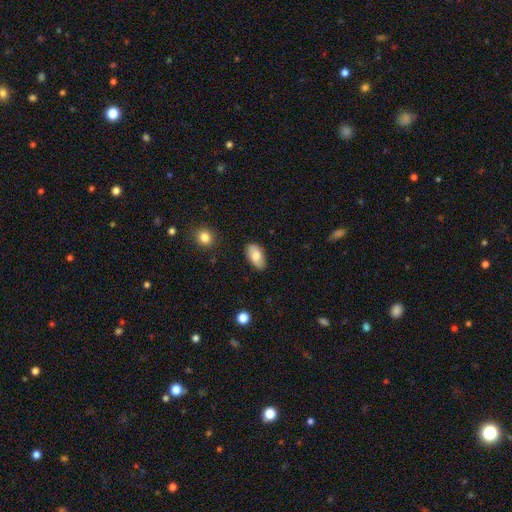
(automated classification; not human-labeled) This is likely a smooth galaxy (80%). How rounded: clearly in between (93%). Merging: clearly none (81%).